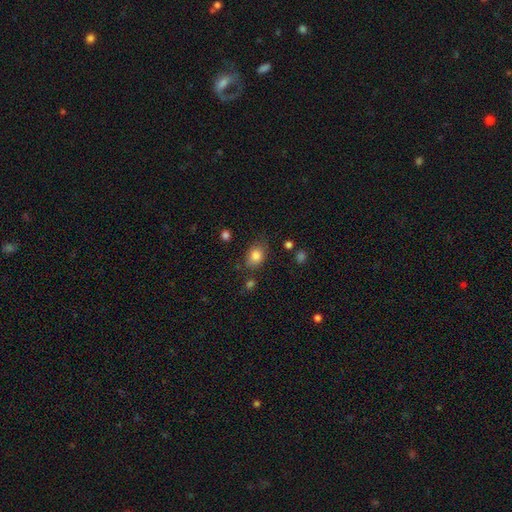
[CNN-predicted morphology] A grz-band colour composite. It shows a smooth galaxy with no disk features (84%) that is in between round and cigar-shaped (62%). Merging: none (70%).